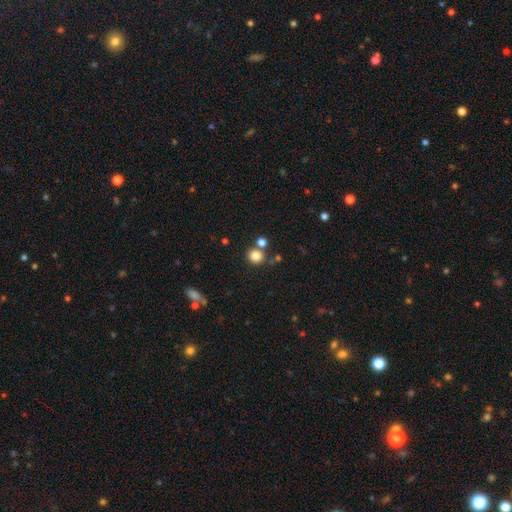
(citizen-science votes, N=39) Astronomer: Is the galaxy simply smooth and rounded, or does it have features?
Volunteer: smooth — 92%.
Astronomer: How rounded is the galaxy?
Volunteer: round — 92%.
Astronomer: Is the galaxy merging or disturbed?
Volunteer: none — 83%.